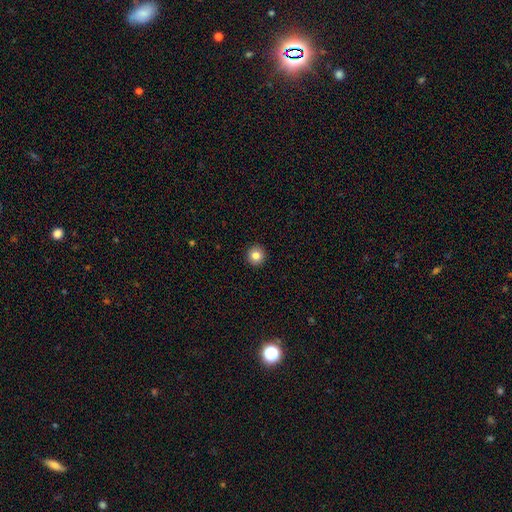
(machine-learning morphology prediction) A smooth galaxy with no disk features (84%) that is round (95%).

Vote fractions:
- Smooth or featured? smooth: 84% / star or artifact: 10% / featured or disk: 6%
- How rounded? round: 95% / in between: 4% / cigar-shaped: 1%
- Merging? none: 94% / minor disturbance: 4% / major disturbance: 1% / merger: 1%